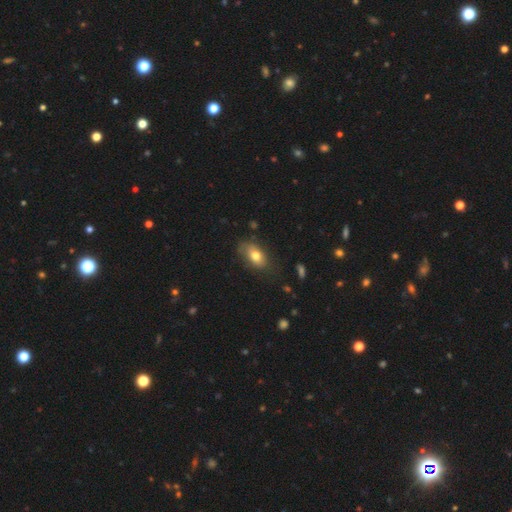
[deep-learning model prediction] Q: Smooth or featured?
A: smooth (74%); runner-up: featured or disk (19%)
Q: How rounded?
A: in between (87%); runner-up: round (8%)
Q: Merging?
A: none (68%); runner-up: minor disturbance (23%)